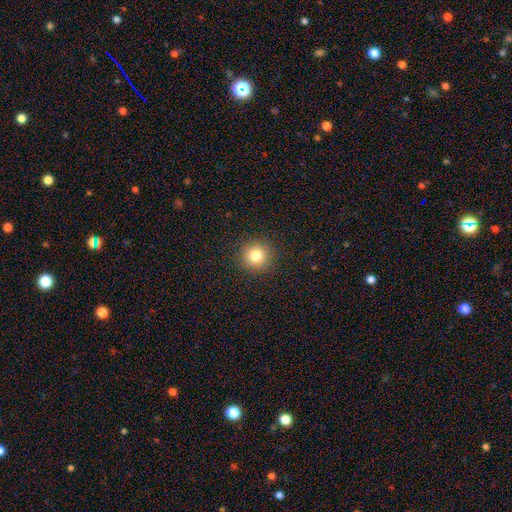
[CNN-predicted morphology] This is clearly a smooth galaxy (81%). How rounded: clearly round (94%). Merging: clearly none (92%).